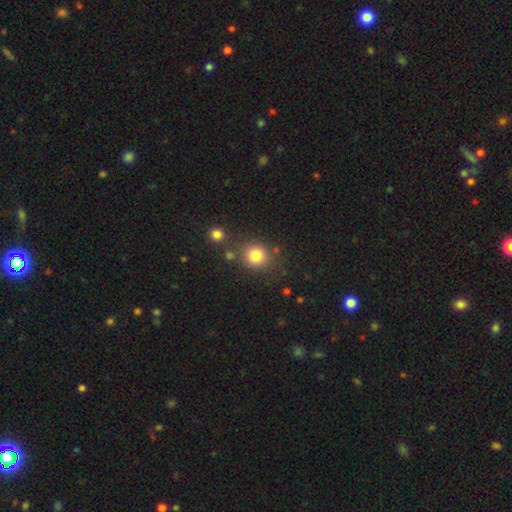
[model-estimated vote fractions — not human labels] smooth_or_featured: smooth (p=0.82) [alt: star or artifact p=0.12]
how_rounded: round (p=0.83) [alt: in between p=0.16]
merging: none (p=0.73) [alt: minor disturbance p=0.11]